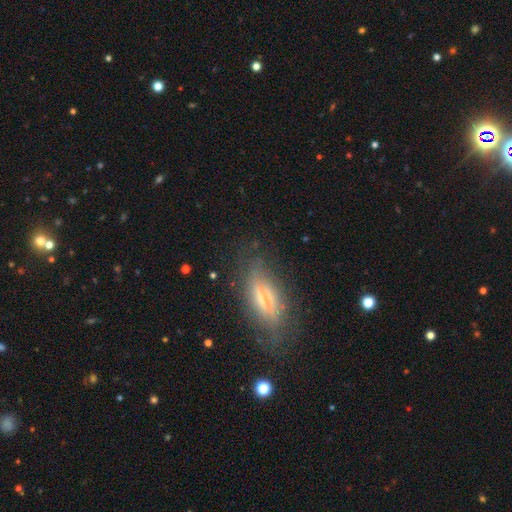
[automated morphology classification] Smooth or featured? smooth (43%)
Merging? none (74%)